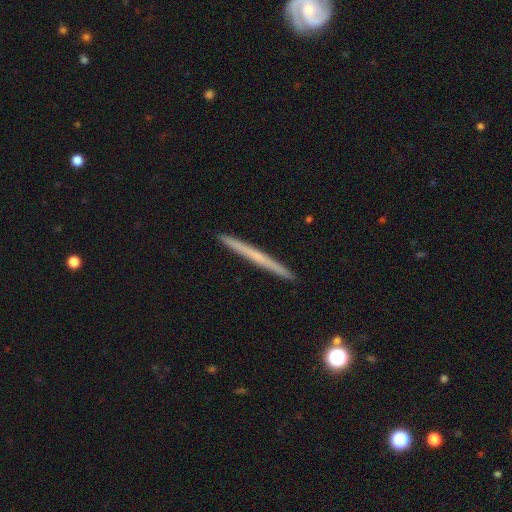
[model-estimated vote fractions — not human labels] A featured or disk galaxy (49%).

Vote fractions:
- Smooth or featured? featured or disk: 49% / smooth: 44% / star or artifact: 7%
- Merging? none: 93% / minor disturbance: 5% / major disturbance: 1% / merger: 1%